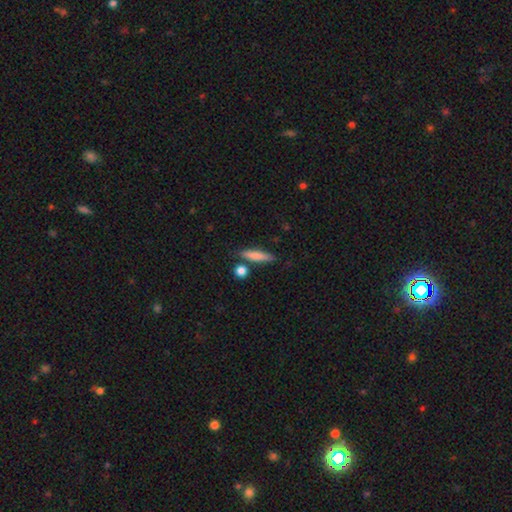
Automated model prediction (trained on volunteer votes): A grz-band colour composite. It shows a smooth galaxy with no disk features (77%) that is cigar-shaped (80%). Merging: none (78%).